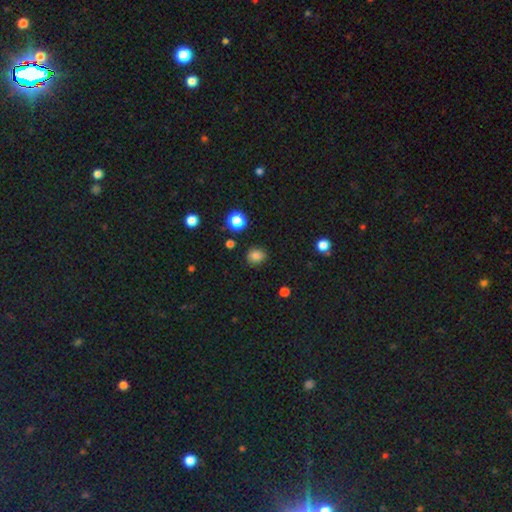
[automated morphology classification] A smooth galaxy with no disk features (81%) that is round (75%).

Vote fractions:
- Smooth or featured? smooth: 81% / star or artifact: 14% / featured or disk: 5%
- How rounded? round: 75% / in between: 24% / cigar-shaped: 1%
- Merging? none: 86% / minor disturbance: 10% / major disturbance: 3% / merger: 2%